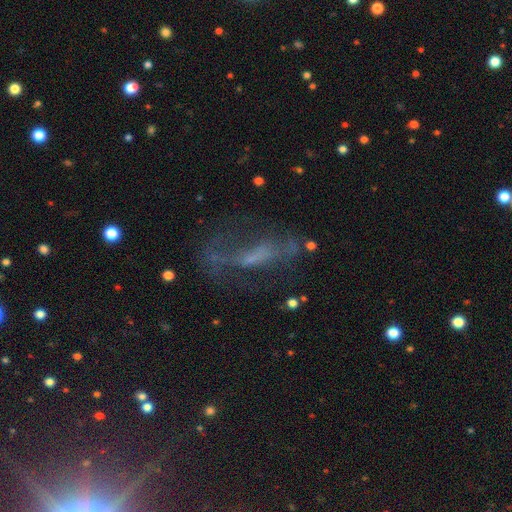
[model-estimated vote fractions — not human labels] smooth_or_featured: featured or disk (p=0.57) [alt: smooth p=0.24]
disk_edge_on: no (p=0.81) [alt: yes p=0.19]
merging: none (p=0.48) [alt: major disturbance p=0.29]